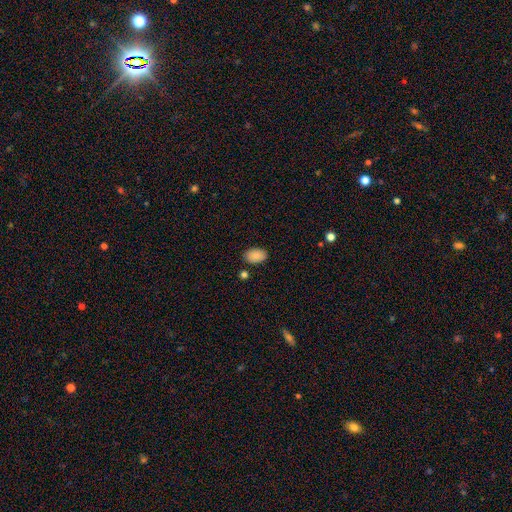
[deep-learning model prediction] Smooth or featured?
  - smooth: 88% *
  - star or artifact: 7%
  - featured or disk: 5%
How rounded?
  - in between: 92% *
  - round: 7%
  - cigar-shaped: 1%
Merging?
  - none: 84% *
  - minor disturbance: 10%
  - merger: 3%
  - major disturbance: 2%